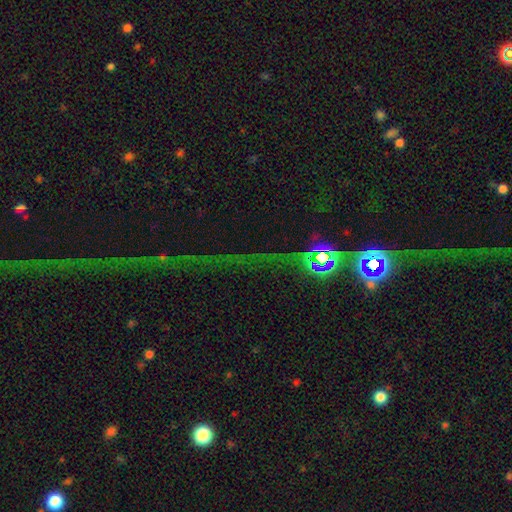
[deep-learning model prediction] Smooth or featured? star or artifact (76%)